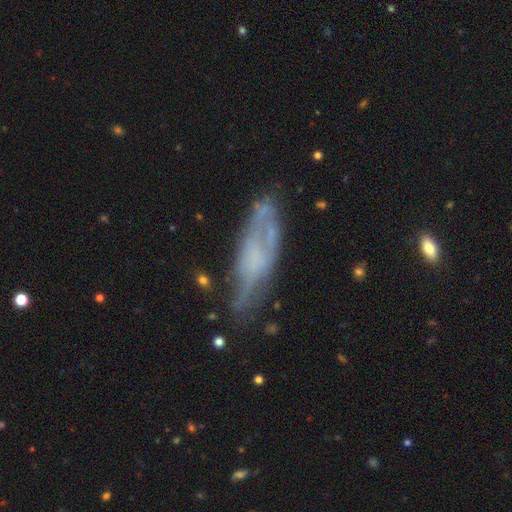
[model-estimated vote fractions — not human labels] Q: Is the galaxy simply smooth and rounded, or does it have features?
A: featured or disk — 59%.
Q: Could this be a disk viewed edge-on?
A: no — 64%.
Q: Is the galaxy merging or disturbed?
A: none — 54%.